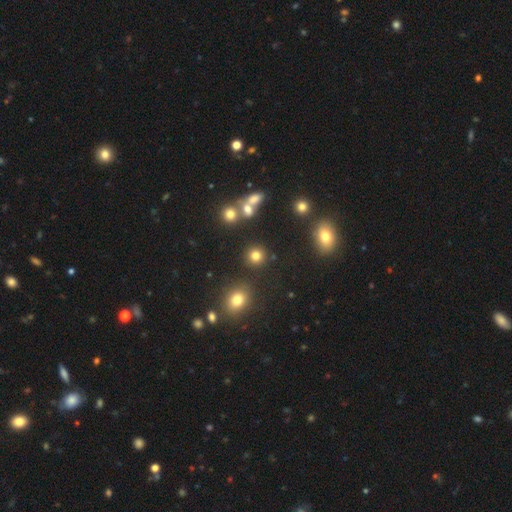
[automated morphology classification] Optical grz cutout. It shows a smooth galaxy with no disk features (77%) that is round (90%). Merging: none (85%).